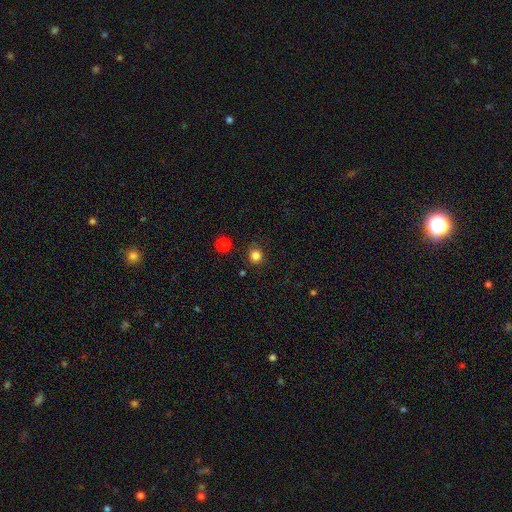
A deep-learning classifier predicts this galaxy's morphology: This appears to be a smooth galaxy with no disk features (83%) that is round (91%). Merging: none (88%).